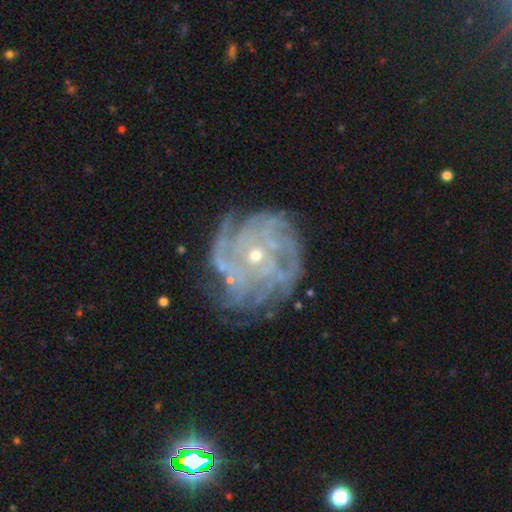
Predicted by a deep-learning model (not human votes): A featured or disk galaxy (87%) with no bar (79%), tight (71%) spiral arms (93%) and a small central bulge (58%).

Vote fractions:
- Smooth or featured? featured or disk: 87% / star or artifact: 7% / smooth: 6%
- Edge-on disk? no: 97% / yes: 3%
- Bar? no: 79% / weak: 16% / strong: 5%
- Spiral arms? yes: 93% / no: 7%
- Spiral winding? tight: 71% / medium: 23% / loose: 6%
- Spiral arm count? can't tell: 32% / 4: 20% / more than 4: 19% / 3: 13% / 2: 9% / 1: 7%
- Bulge size? small: 58% / moderate: 38% / large: 1% / none: 1% / dominant: 1%
- Merging? none: 68% / minor disturbance: 19% / major disturbance: 10% / merger: 3%